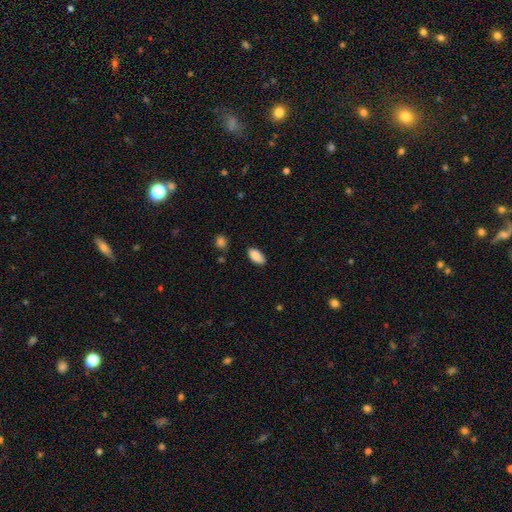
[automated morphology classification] smooth 87%, star or artifact 7%, featured or disk 6%. Down the decision tree: how rounded — in between (92%); merging — none (83%).